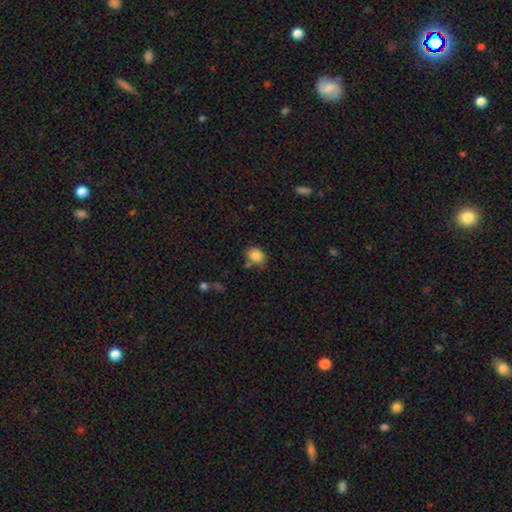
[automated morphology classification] Smooth or featured? Predicted: smooth (p=0.85). How rounded? Predicted: in between (p=0.53). Merging? Predicted: none (p=0.67).